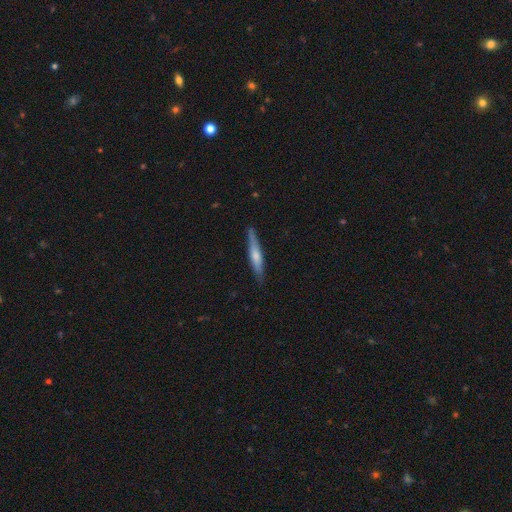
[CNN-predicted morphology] Smooth or featured? smooth (50%)
Merging? none (86%)